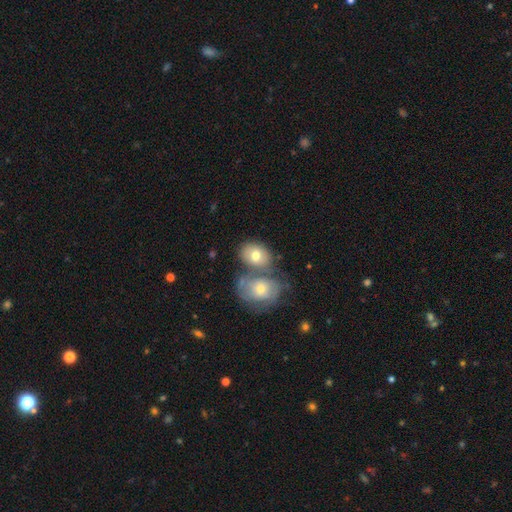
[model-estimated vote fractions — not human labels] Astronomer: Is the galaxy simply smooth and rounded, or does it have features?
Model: smooth — 67%.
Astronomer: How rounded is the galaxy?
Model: in between — 64%.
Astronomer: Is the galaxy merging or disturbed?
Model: merger — 44% (runner-up: none, 40%).